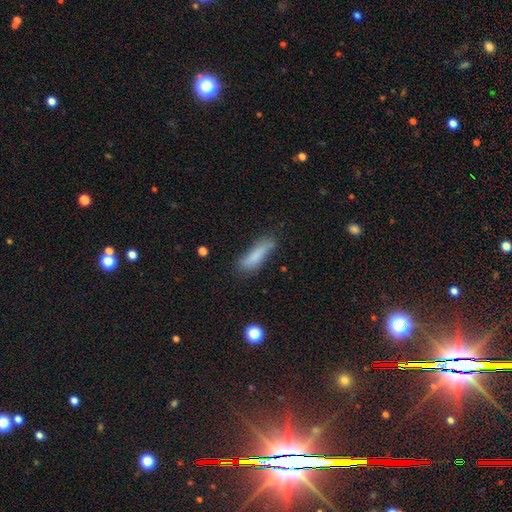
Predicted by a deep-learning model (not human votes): This appears to be a smooth galaxy with no disk features (79%) that is cigar-shaped (67%). Merging: none (65%).